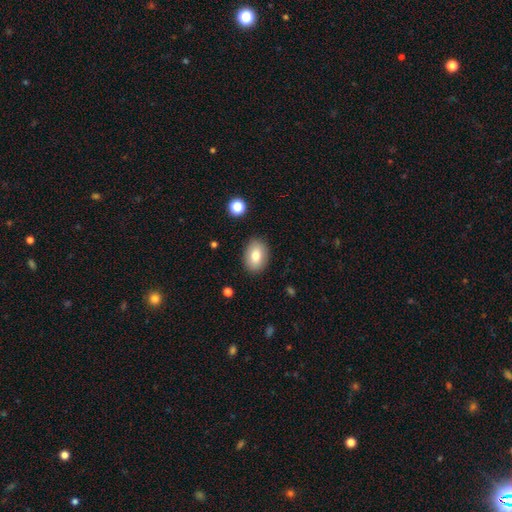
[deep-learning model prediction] smooth 79%, featured or disk 13%, star or artifact 8%. Down the decision tree: how rounded — in between (77%); merging — none (87%).